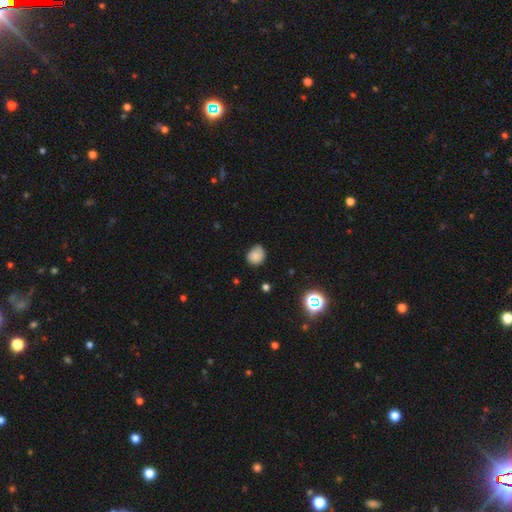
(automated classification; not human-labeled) Smooth or featured? Predicted: smooth (p=0.81). How rounded? Predicted: round (p=0.66). Merging? Predicted: none (p=0.63).